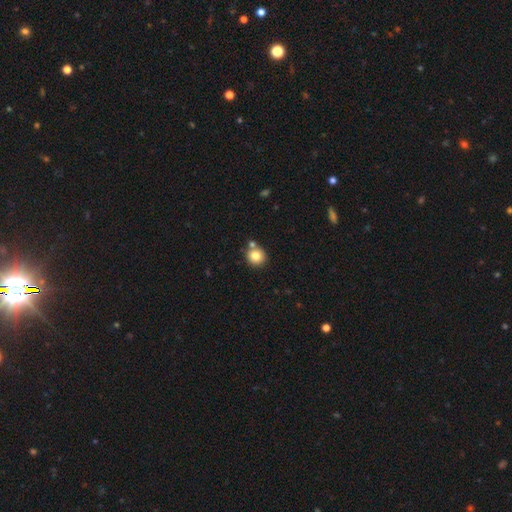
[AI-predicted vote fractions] Smooth or featured? smooth (81%)
How rounded? round (89%)
Merging? none (70%)